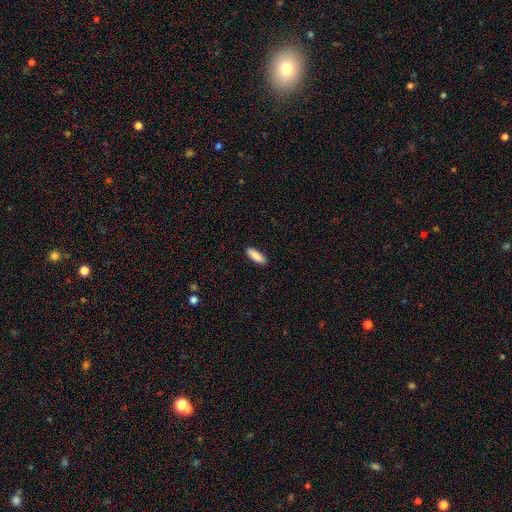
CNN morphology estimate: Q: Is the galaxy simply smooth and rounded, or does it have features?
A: smooth — 89%.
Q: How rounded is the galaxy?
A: in between — 60%.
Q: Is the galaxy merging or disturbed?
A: none — 90%.